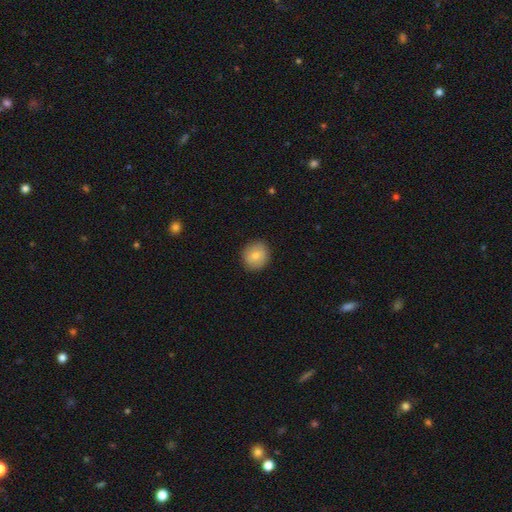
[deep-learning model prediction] Q: Smooth or featured?
A: smooth (75%); runner-up: featured or disk (17%)
Q: How rounded?
A: round (85%); runner-up: in between (14%)
Q: Merging?
A: none (88%); runner-up: minor disturbance (9%)